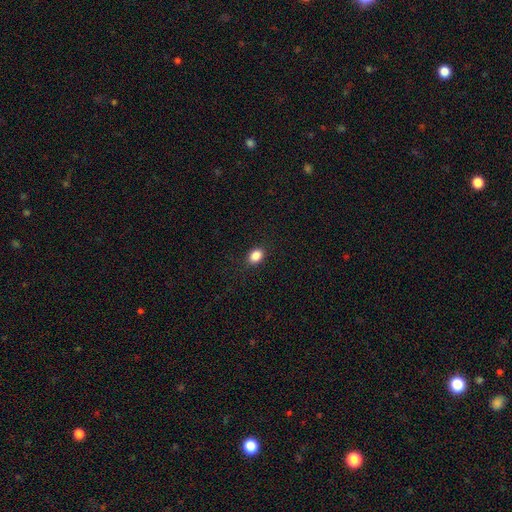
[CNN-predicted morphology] type=smooth (87%); roundness=in between (67%); merging=none (87%).